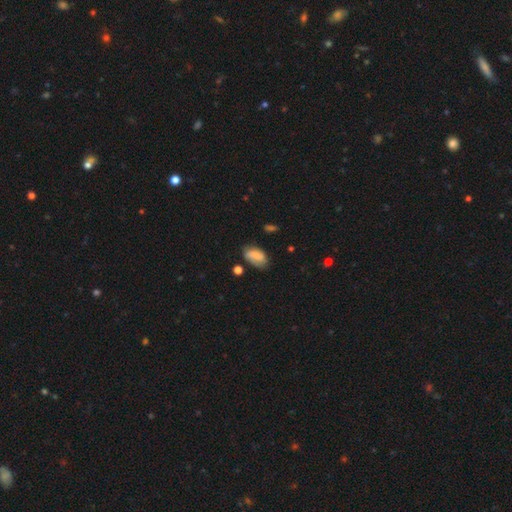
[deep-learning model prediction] Morphology: type=smooth (70%); roundness=in between (91%); merging=none (60%).